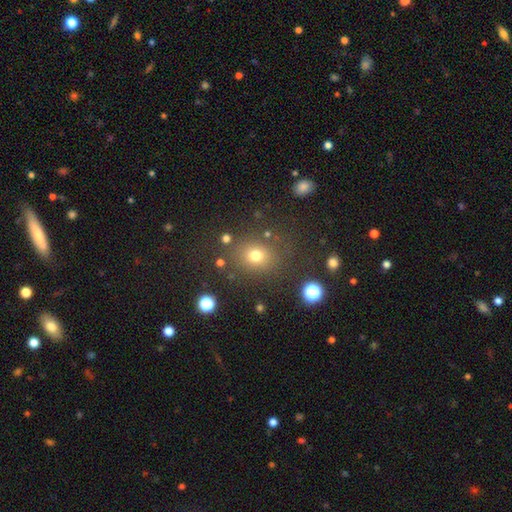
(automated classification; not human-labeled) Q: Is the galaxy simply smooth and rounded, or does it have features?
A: smooth — 72%.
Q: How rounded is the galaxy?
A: round — 71%.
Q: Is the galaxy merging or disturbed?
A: none — 78%.